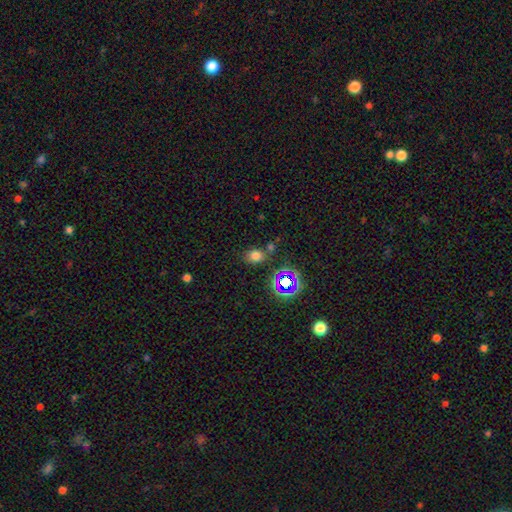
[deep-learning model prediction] Overall: smooth (70%). How rounded: in between (58%; round 41%). Merging: none (70%).